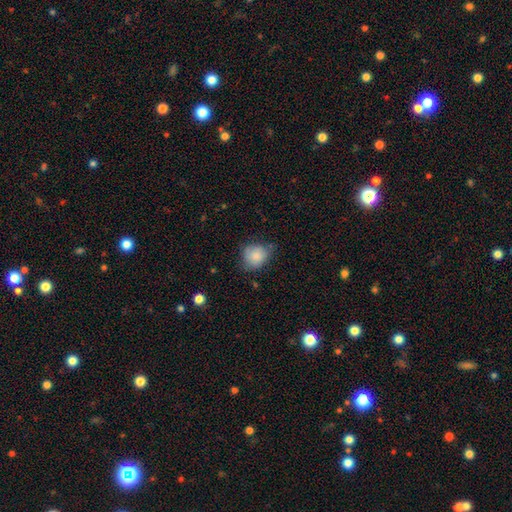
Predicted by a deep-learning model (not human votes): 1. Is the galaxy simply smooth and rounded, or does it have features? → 82% smooth, 10% featured or disk, 8% star or artifact.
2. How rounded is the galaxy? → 68% round, 31% in between, 1% cigar-shaped.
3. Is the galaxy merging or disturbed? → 54% none, 35% minor disturbance, 8% major disturbance, 2% merger.